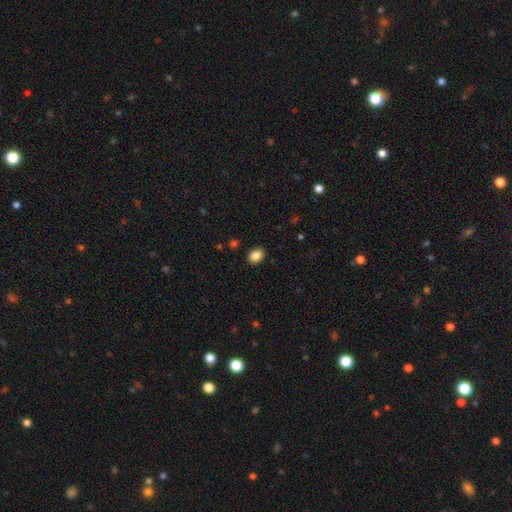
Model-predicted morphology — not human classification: smooth 87%, star or artifact 9%, featured or disk 4%. Down the decision tree: how rounded — in between (64%); merging — none (89%).